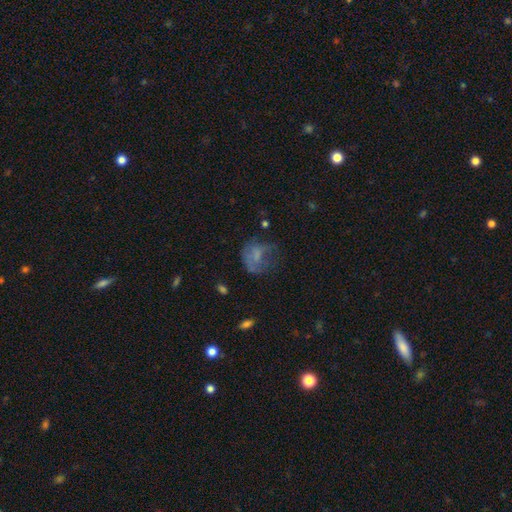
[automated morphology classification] This appears to be a smooth galaxy with no disk features (50%) that is round (57%). Merging: major disturbance (39%).